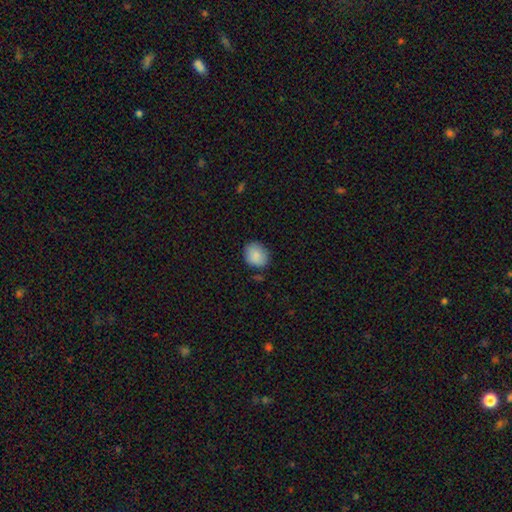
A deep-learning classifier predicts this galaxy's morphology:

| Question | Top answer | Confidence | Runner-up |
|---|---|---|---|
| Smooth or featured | smooth | 87% | star or artifact (7%) |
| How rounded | round | 63% | in between (36%) |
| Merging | none | 79% | minor disturbance (16%) |